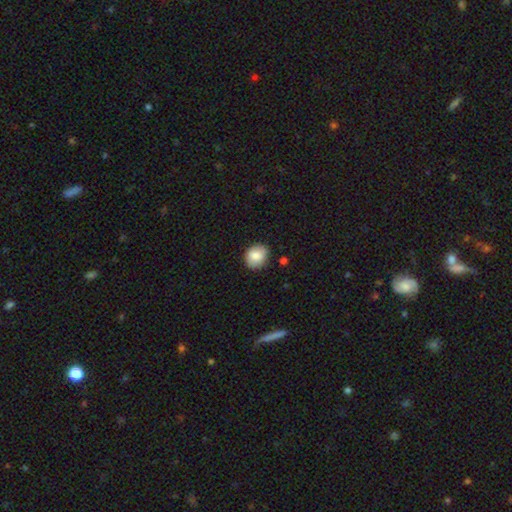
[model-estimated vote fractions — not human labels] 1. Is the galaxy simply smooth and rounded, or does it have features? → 84% smooth, 8% featured or disk, 8% star or artifact.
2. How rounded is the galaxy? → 67% round, 32% in between, 1% cigar-shaped.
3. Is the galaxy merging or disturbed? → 82% none, 14% minor disturbance, 3% major disturbance, 2% merger.